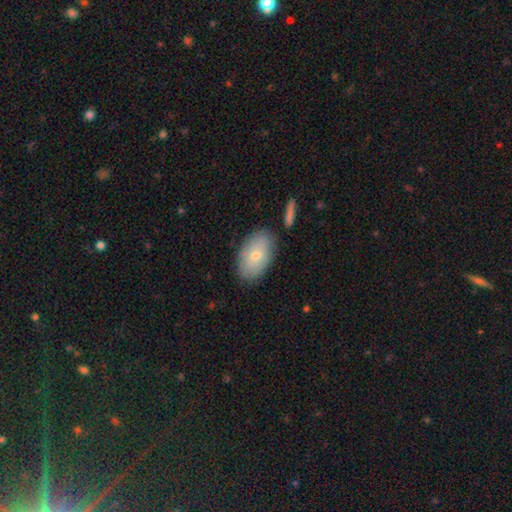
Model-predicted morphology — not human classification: Overall: smooth (71%). How rounded: in between (92%). Merging: none (81%).